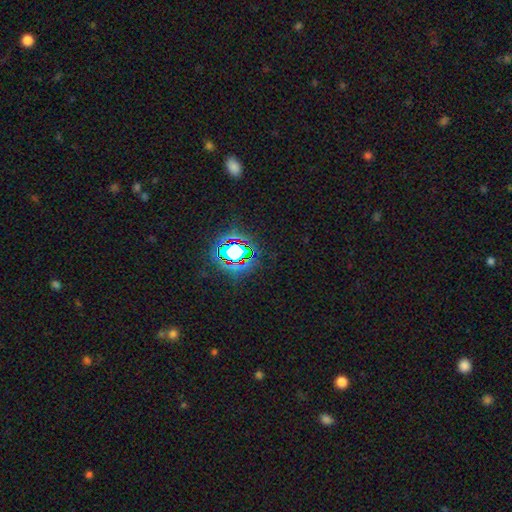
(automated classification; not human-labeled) Overall: star or artifact (79%).